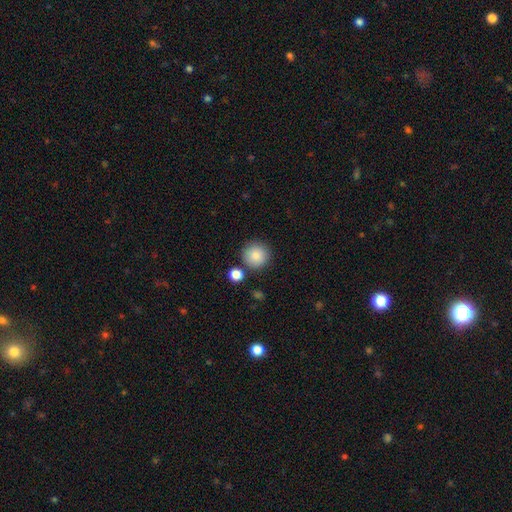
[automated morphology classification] type=smooth (86%); roundness=round (94%); merging=none (83%).